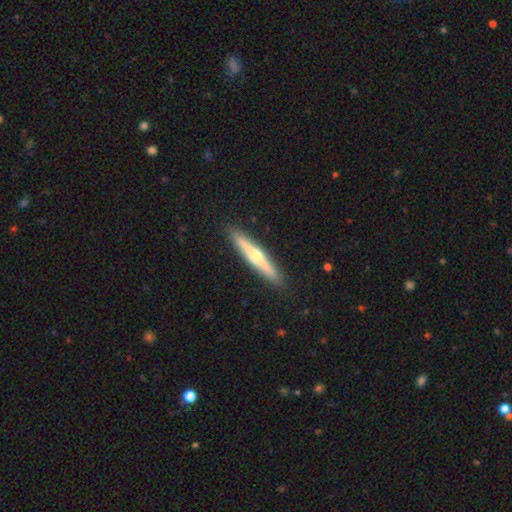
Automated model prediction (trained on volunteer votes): A featured or disk galaxy (57%) viewed edge-on (96%) with a rounded central bulge (86%).

Vote fractions:
- Smooth or featured? featured or disk: 57% / smooth: 38% / star or artifact: 5%
- Edge-on disk? yes: 96% / no: 4%
- Edge-on bulge? rounded: 86% / none: 11% / boxy: 3%
- Merging? none: 92% / minor disturbance: 6% / major disturbance: 1% / merger: 1%